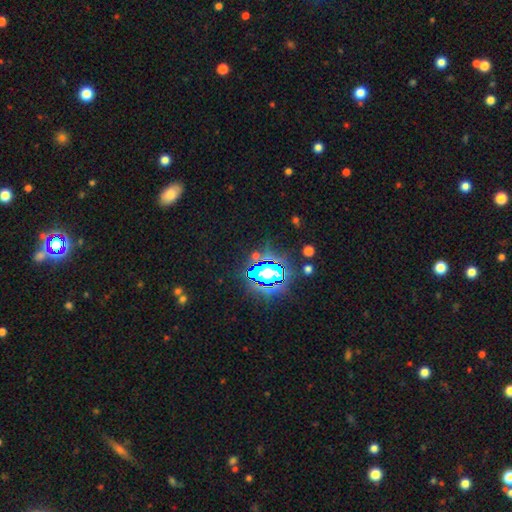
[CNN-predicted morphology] Smooth or featured? Predicted: star or artifact (p=0.71).